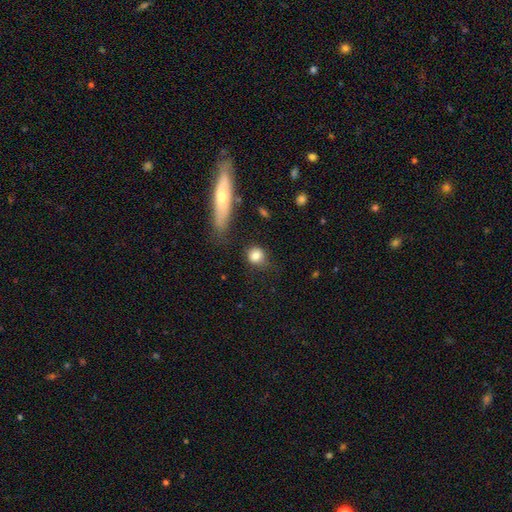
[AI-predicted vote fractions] Smooth or featured: smooth — 82% (star or artifact — 9%)
How rounded: round — 75% (in between — 22%)
Merging: none — 72% (minor disturbance — 17%)